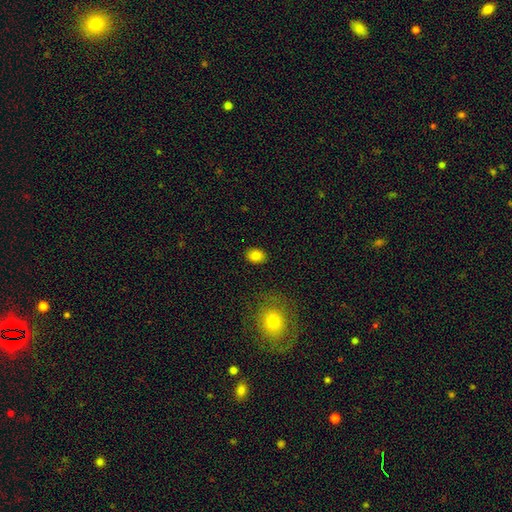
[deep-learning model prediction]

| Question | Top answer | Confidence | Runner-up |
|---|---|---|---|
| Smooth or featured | smooth | 83% | star or artifact (10%) |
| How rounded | in between | 60% | round (39%) |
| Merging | none | 87% | minor disturbance (9%) |